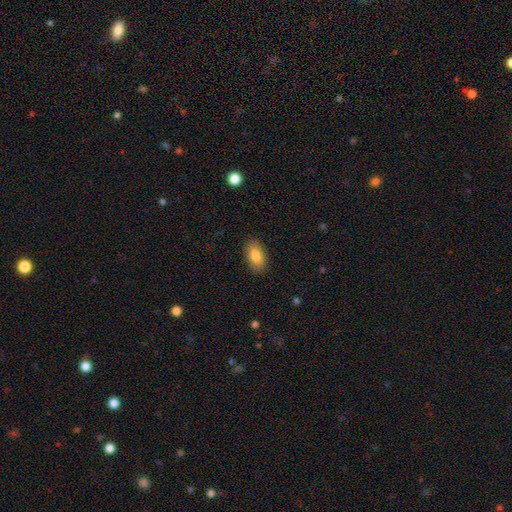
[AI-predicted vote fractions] A smooth galaxy with no disk features (85%) that is in between round and cigar-shaped (92%). Merging: none (87%).